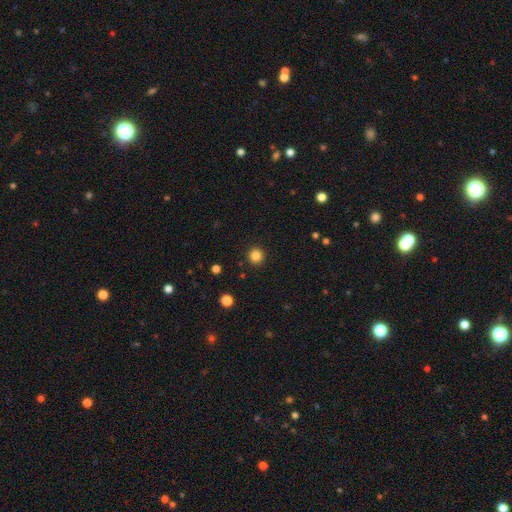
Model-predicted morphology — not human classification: smooth_or_featured: smooth (p=0.84) [alt: star or artifact p=0.12]
how_rounded: round (p=0.95) [alt: in between p=0.04]
merging: none (p=0.92) [alt: minor disturbance p=0.05]